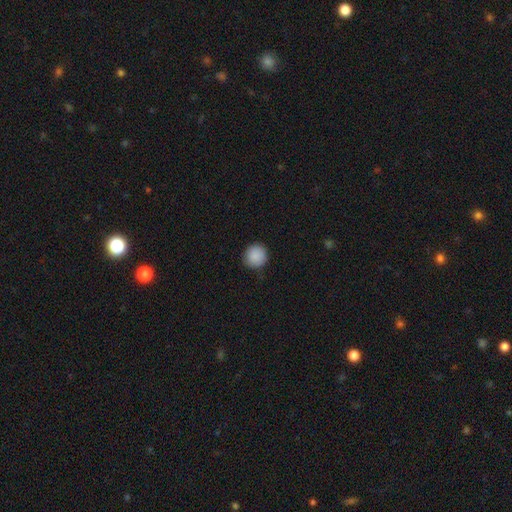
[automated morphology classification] Smooth or featured: smooth — 90% (star or artifact — 8%)
How rounded: round — 93% (in between — 6%)
Merging: none — 89% (minor disturbance — 8%)